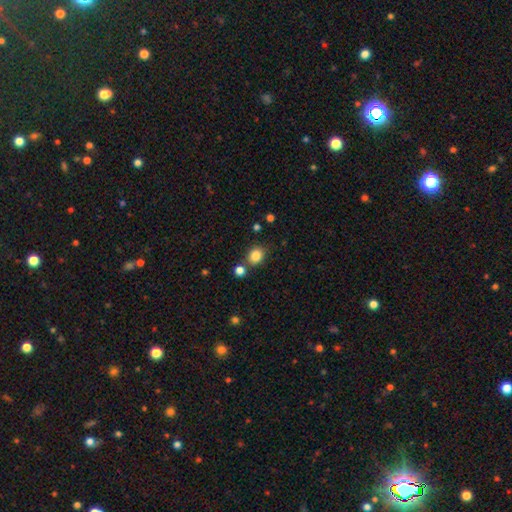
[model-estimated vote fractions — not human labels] Smooth or featured? smooth (84%)
How rounded? round (62%)
Merging? none (74%)